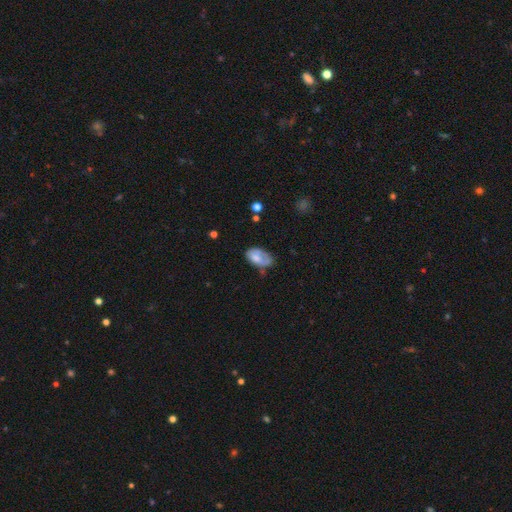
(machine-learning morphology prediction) Q: Smooth or featured?
A: smooth (64%); runner-up: featured or disk (28%)
Q: How rounded?
A: in between (92%); runner-up: round (6%)
Q: Merging?
A: none (38%); runner-up: minor disturbance (36%)